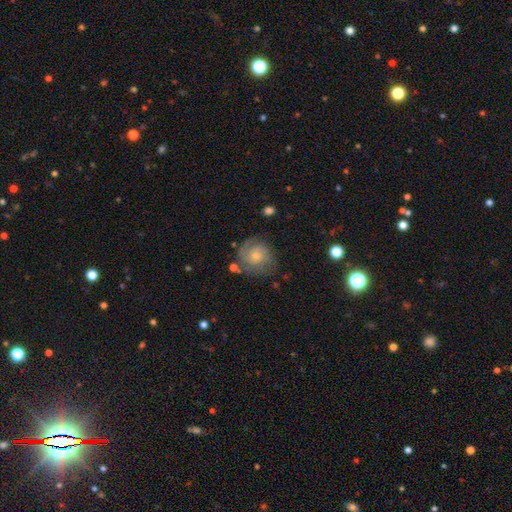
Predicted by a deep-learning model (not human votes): smooth-or-featured: featured or disk: 56% | smooth: 37% | star or artifact: 8%
  disk-edge-on: no: 97% | yes: 3%
    bar: no: 76% | weak: 21% | strong: 3%
    has-spiral-arms: yes: 85% | no: 15%
    bulge-size: small: 49% | moderate: 42% | none: 4% | large: 4% | dominant: 1%
  merging: none: 67% | minor disturbance: 20% | major disturbance: 10% | merger: 4%